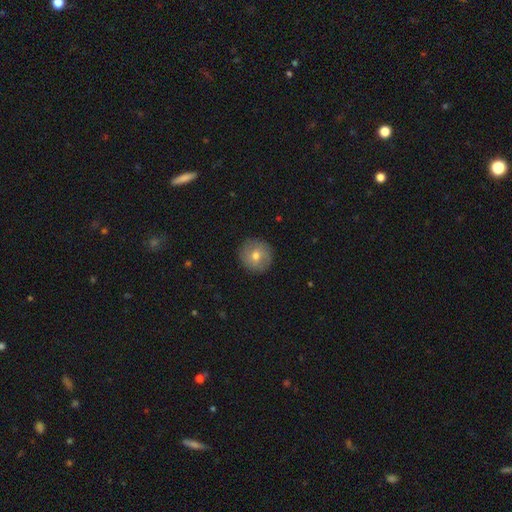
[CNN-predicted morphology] smooth_or_featured: smooth (p=0.65) [alt: featured or disk p=0.26]
how_rounded: round (p=0.94) [alt: in between p=0.05]
merging: none (p=0.89) [alt: minor disturbance p=0.08]